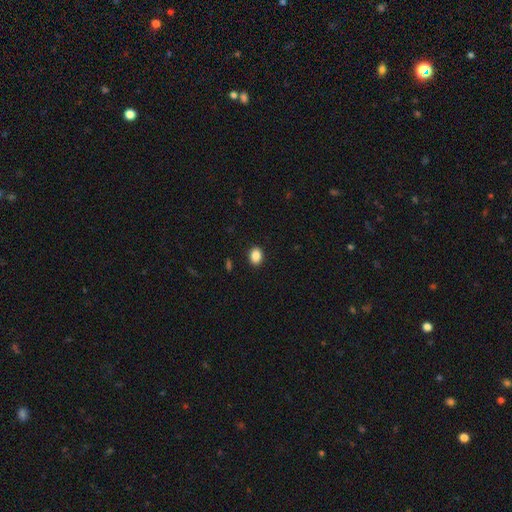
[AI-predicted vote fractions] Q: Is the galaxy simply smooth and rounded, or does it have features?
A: smooth — 88%.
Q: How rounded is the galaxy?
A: in between — 67%.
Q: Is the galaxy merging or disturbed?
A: none — 90%.